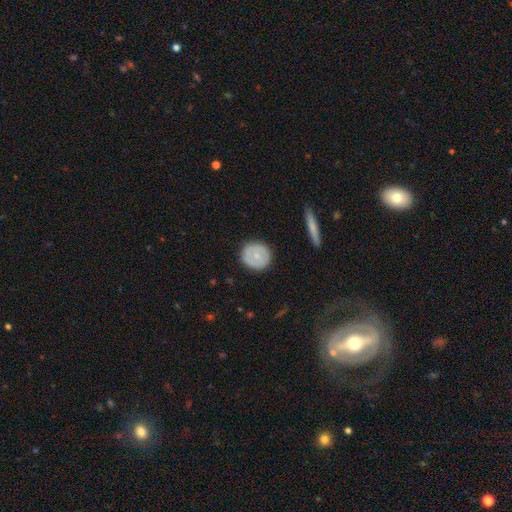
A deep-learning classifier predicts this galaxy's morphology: smooth_or_featured: smooth (p=0.62) [alt: featured or disk p=0.32]
how_rounded: round (p=0.90) [alt: in between p=0.09]
merging: none (p=0.88) [alt: minor disturbance p=0.09]